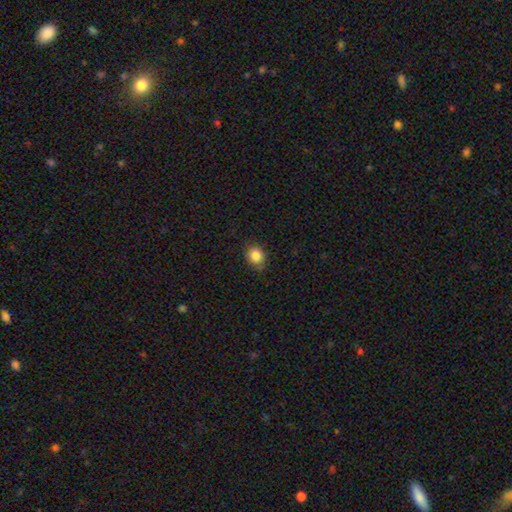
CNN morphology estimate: smooth_or_featured: smooth (p=0.85) [alt: star or artifact p=0.10]
how_rounded: round (p=0.70) [alt: in between p=0.29]
merging: none (p=0.79) [alt: minor disturbance p=0.17]